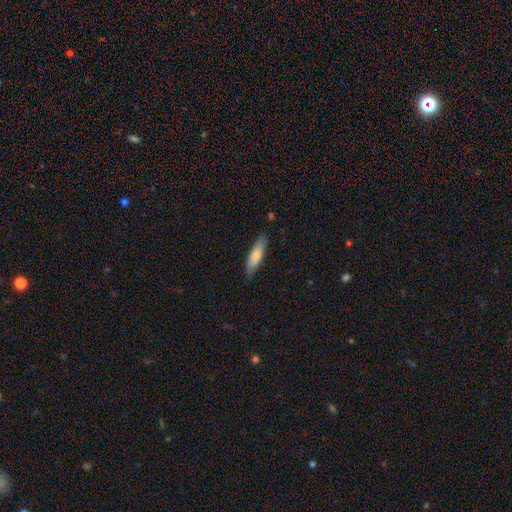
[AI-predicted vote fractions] This is likely a smooth galaxy (76%). How rounded: possibly cigar-shaped (59%). Merging: clearly none (81%).